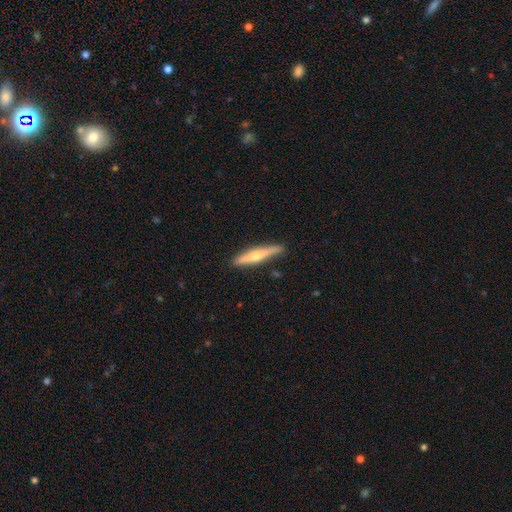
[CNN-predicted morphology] Overall: featured or disk (51%; smooth 44%). Edge-on disk: yes (95%). Merging: none (86%).